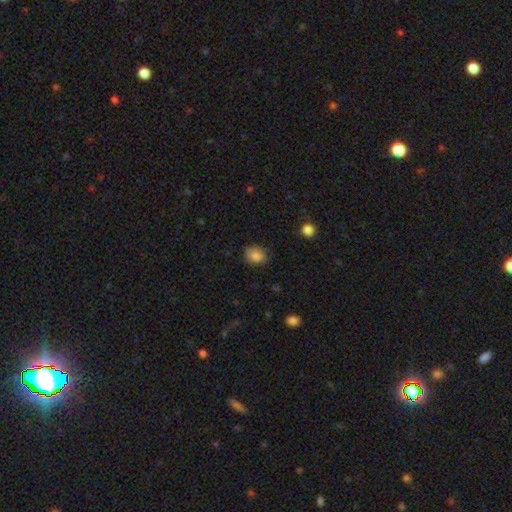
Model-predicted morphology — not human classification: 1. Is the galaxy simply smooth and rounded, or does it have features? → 84% smooth, 9% star or artifact, 7% featured or disk.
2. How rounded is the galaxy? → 57% in between, 42% round, 1% cigar-shaped.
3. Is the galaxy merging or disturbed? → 79% none, 16% minor disturbance, 3% major disturbance, 1% merger.